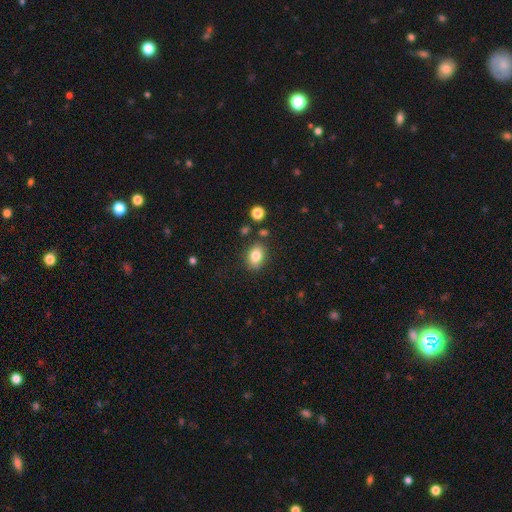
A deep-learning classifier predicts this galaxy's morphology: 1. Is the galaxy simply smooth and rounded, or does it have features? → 83% smooth, 9% star or artifact, 8% featured or disk.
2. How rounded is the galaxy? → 73% in between, 25% round, 1% cigar-shaped.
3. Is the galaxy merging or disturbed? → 80% none, 12% minor disturbance, 4% merger, 3% major disturbance.